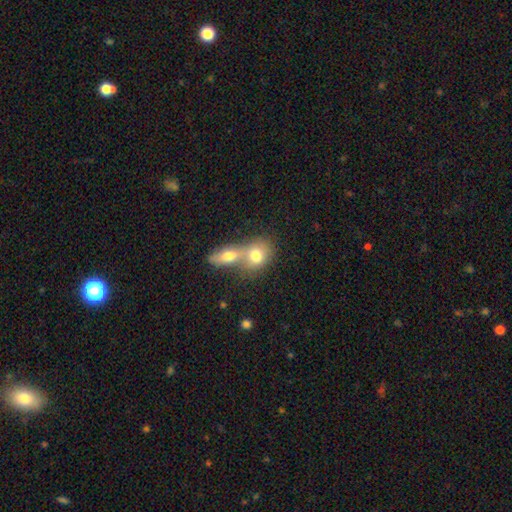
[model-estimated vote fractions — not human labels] Smooth or featured? smooth (74%)
How rounded? in between (51%)
Merging? merger (67%)